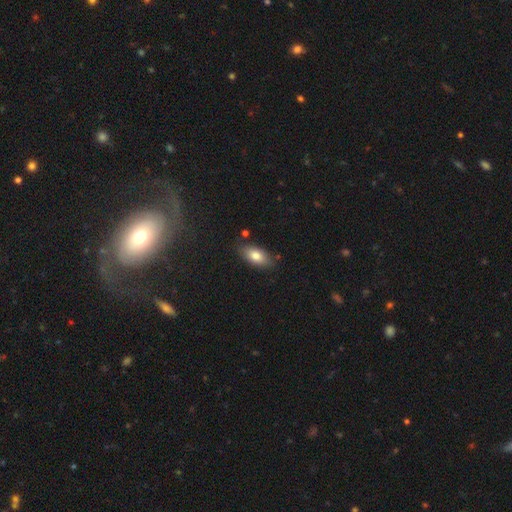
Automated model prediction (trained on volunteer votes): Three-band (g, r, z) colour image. It shows a smooth galaxy with no disk features (79%) that is in between round and cigar-shaped (90%). Merging: none (80%).